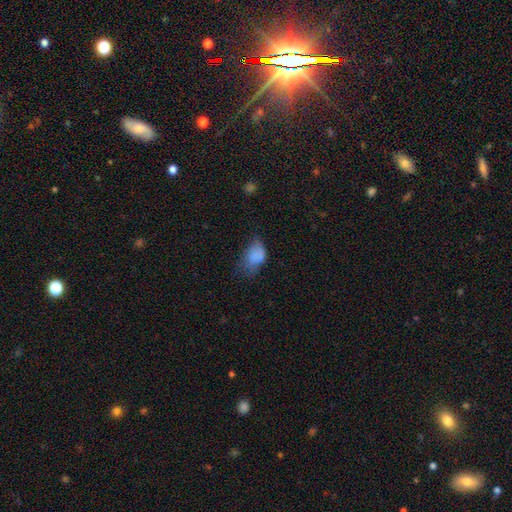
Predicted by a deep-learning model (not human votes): This appears to be a smooth galaxy with no disk features (76%) that is in between round and cigar-shaped (87%). Merging: minor disturbance (38%).